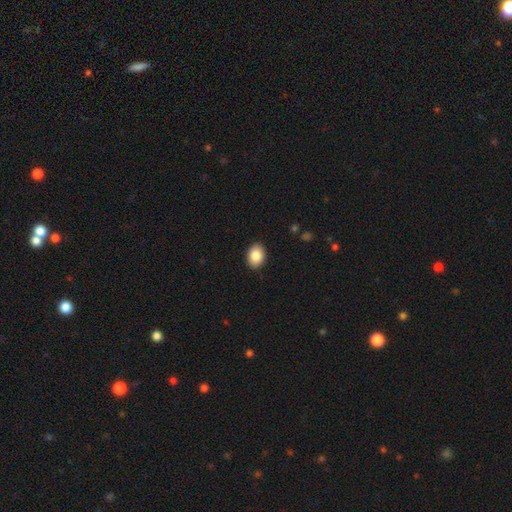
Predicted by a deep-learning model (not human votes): This appears to be a smooth galaxy with no disk features (87%) that is in between round and cigar-shaped (75%). Merging: none (90%).